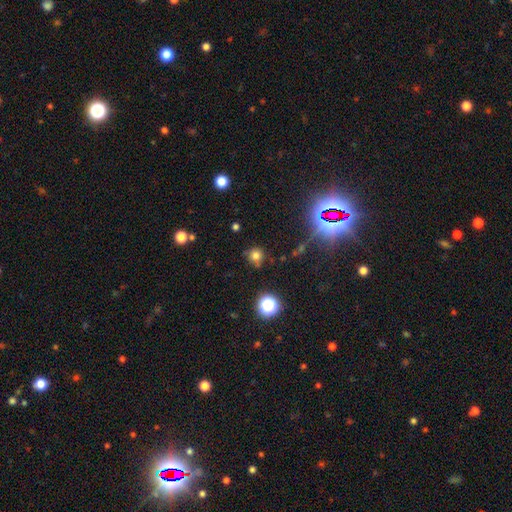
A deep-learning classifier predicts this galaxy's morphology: smooth_or_featured: smooth (p=0.70) [alt: star or artifact p=0.22]
how_rounded: round (p=0.87) [alt: in between p=0.12]
merging: none (p=0.71) [alt: minor disturbance p=0.17]